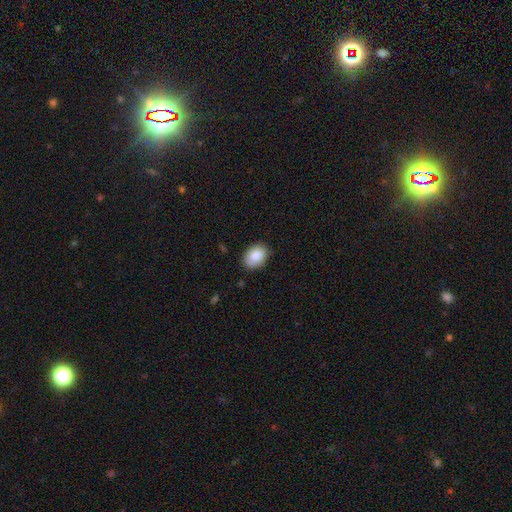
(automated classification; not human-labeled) Smooth or featured: smooth — 87% (star or artifact — 7%)
How rounded: in between — 77% (round — 22%)
Merging: none — 83% (minor disturbance — 13%)